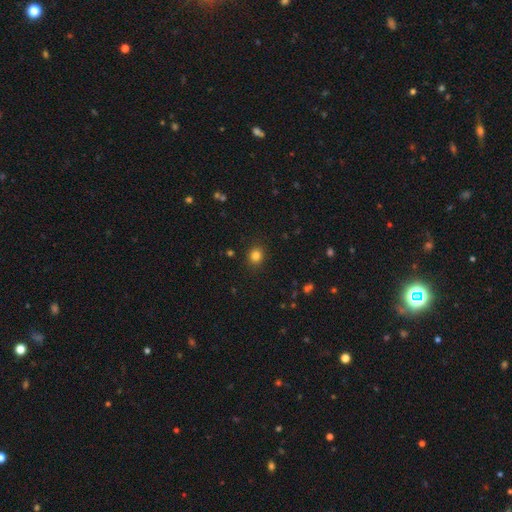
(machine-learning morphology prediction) This appears to be a smooth galaxy with no disk features (83%) that is round (81%). Merging: none (90%).